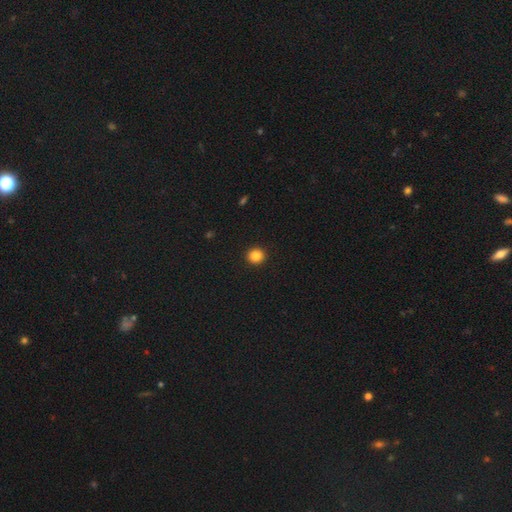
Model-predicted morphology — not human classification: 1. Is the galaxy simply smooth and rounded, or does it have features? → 85% smooth, 10% star or artifact, 5% featured or disk.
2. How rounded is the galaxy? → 92% round, 7% in between, 1% cigar-shaped.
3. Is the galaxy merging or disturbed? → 93% none, 4% minor disturbance, 2% major disturbance, 1% merger.